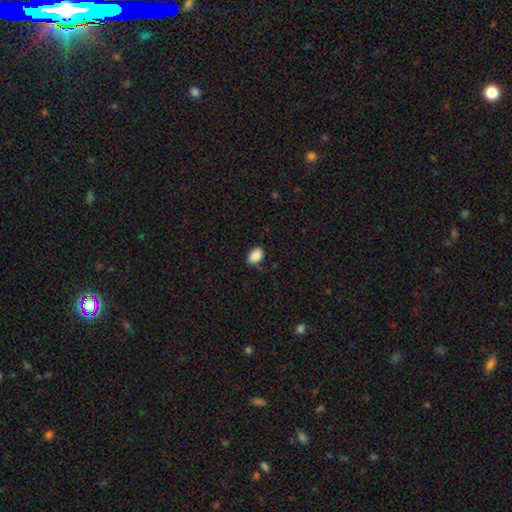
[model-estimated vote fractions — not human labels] smooth_or_featured: smooth (p=0.88) [alt: star or artifact p=0.08]
how_rounded: in between (p=0.85) [alt: round p=0.13]
merging: none (p=0.73) [alt: minor disturbance p=0.21]